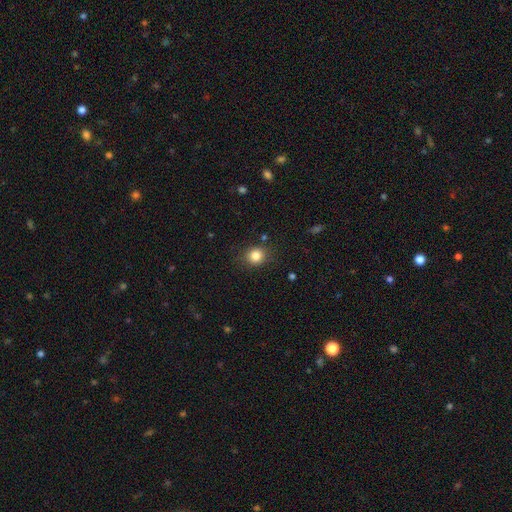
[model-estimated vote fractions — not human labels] Smooth or featured: smooth — 83% (star or artifact — 11%)
How rounded: round — 79% (in between — 20%)
Merging: none — 84% (minor disturbance — 11%)